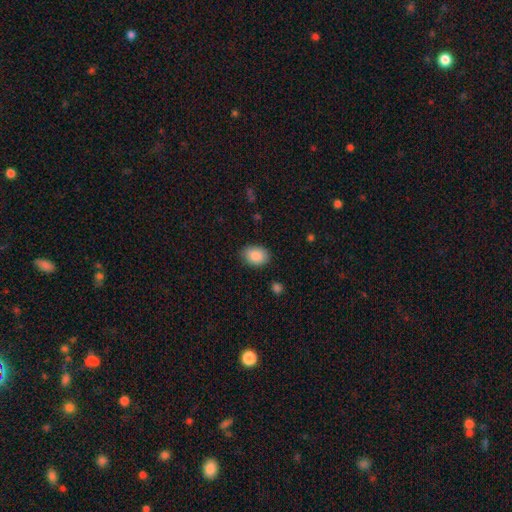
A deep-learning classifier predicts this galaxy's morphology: Smooth or featured? smooth (88%)
How rounded? in between (74%)
Merging? none (85%)